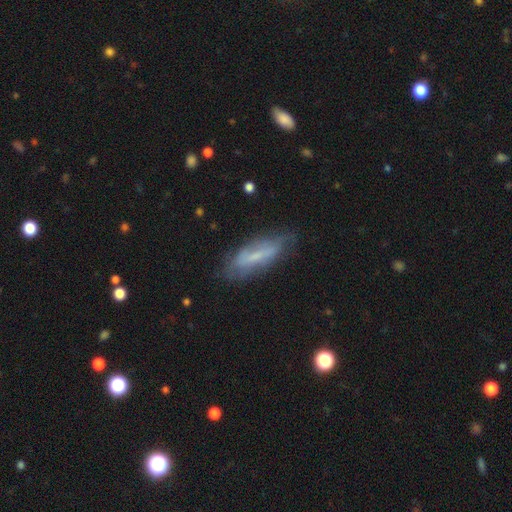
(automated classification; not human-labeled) Smooth or featured? smooth (47%)
Merging? none (67%)